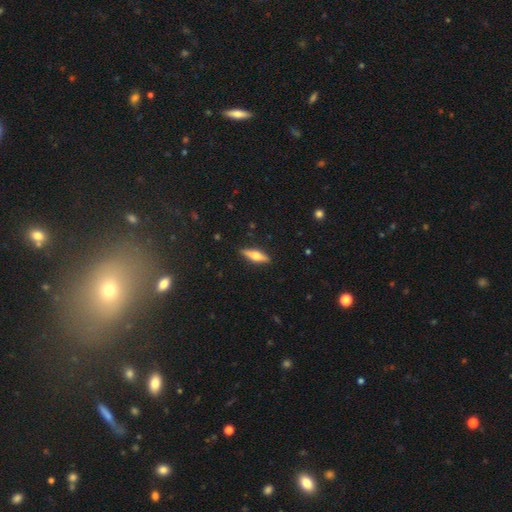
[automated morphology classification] Smooth or featured? Predicted: featured or disk (p=0.49). Merging? Predicted: none (p=0.88).